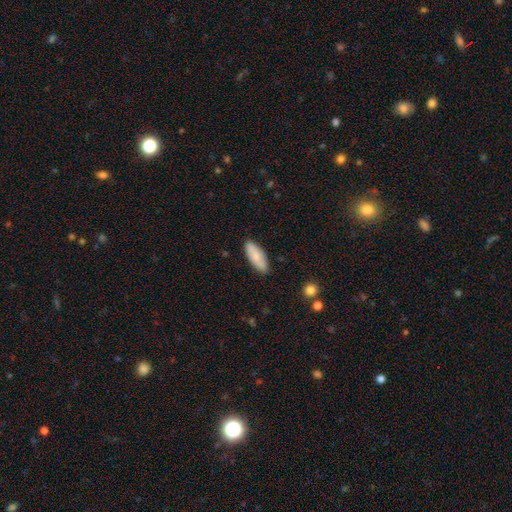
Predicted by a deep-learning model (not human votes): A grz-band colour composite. It shows a smooth galaxy with no disk features (81%) that is in between round and cigar-shaped (77%). Merging: none (81%).